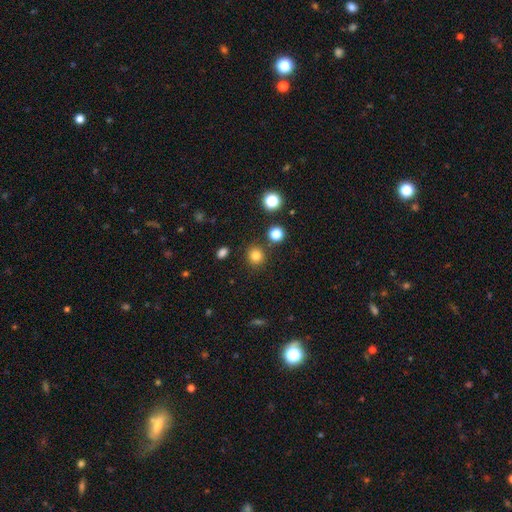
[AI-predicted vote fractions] smooth 81%, star or artifact 14%, featured or disk 5%. Down the decision tree: how rounded — round (90%); merging — none (87%).